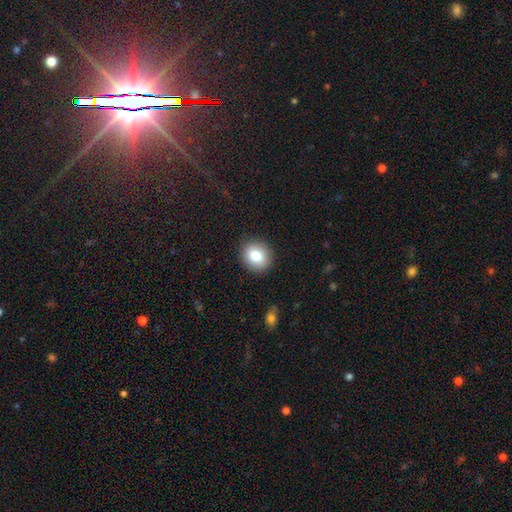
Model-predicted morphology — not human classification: Smooth or featured?
  - smooth: 82% *
  - featured or disk: 9%
  - star or artifact: 9%
How rounded?
  - round: 74% *
  - in between: 25%
  - cigar-shaped: 1%
Merging?
  - none: 90% *
  - minor disturbance: 7%
  - major disturbance: 2%
  - merger: 1%